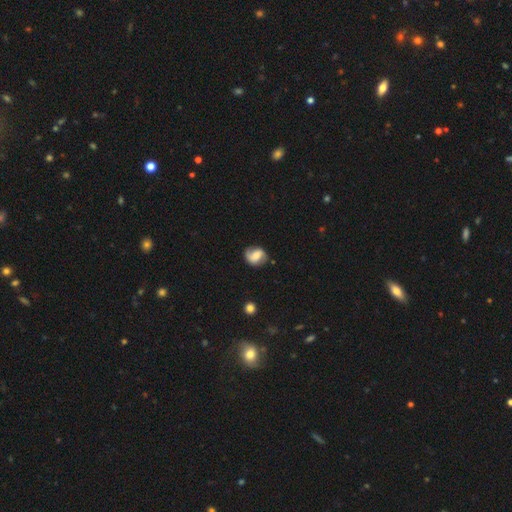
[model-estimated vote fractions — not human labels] Smooth or featured: featured or disk — 59% (smooth — 33%)
Edge-on disk: no — 97% (yes — 3%)
Bar: weak — 46% (no — 35%)
Spiral arms: yes — 90% (no — 10%)
Spiral winding: medium — 41% (loose — 38%)
Spiral arm count: 2 — 84% (1 — 7%)
Bulge size: moderate — 51% (small — 27%)
Merging: none — 74% (minor disturbance — 18%)